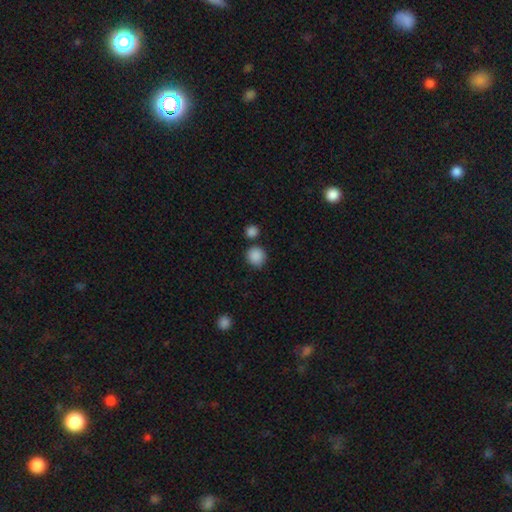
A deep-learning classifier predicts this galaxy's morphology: Smooth or featured?
  - smooth: 88% *
  - star or artifact: 9%
  - featured or disk: 3%
How rounded?
  - round: 90% *
  - in between: 9%
  - cigar-shaped: 1%
Merging?
  - none: 78% *
  - minor disturbance: 9%
  - merger: 9%
  - major disturbance: 3%